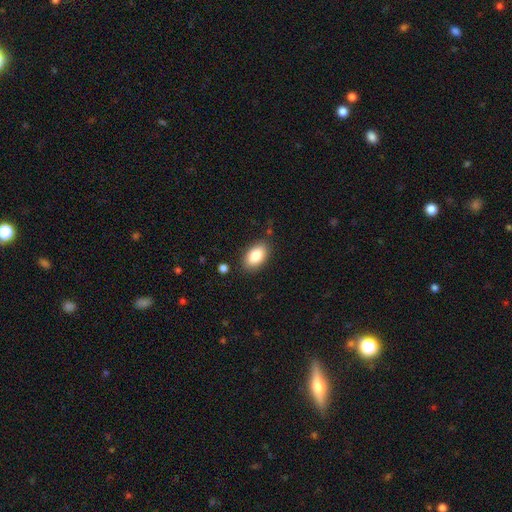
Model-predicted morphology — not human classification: Smooth or featured? smooth (85%)
How rounded? in between (92%)
Merging? none (85%)